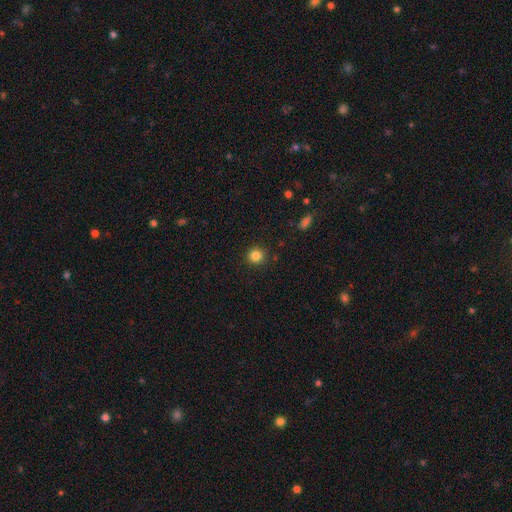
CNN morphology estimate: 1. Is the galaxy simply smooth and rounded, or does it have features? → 84% smooth, 12% star or artifact, 5% featured or disk.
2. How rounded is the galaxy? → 92% round, 7% in between, 1% cigar-shaped.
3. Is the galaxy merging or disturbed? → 91% none, 6% minor disturbance, 2% major disturbance, 1% merger.